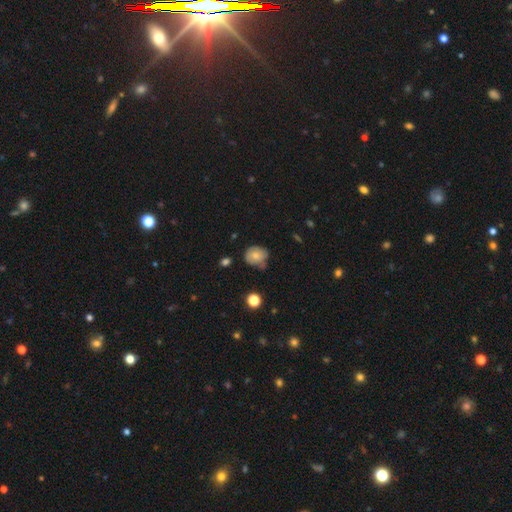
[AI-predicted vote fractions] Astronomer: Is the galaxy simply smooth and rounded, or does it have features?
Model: smooth — 71%.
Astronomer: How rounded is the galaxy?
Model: round — 66%.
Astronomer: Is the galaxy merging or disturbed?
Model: none — 50% (runner-up: minor disturbance, 37%).